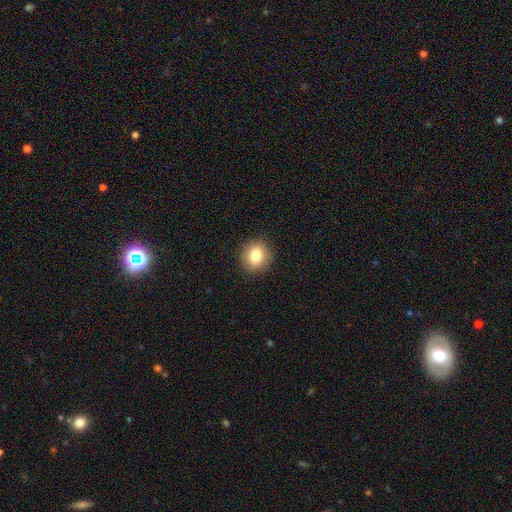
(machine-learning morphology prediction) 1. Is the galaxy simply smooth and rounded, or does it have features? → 82% smooth, 10% star or artifact, 8% featured or disk.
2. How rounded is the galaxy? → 78% round, 21% in between, 1% cigar-shaped.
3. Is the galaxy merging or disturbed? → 91% none, 6% minor disturbance, 2% major disturbance, 1% merger.